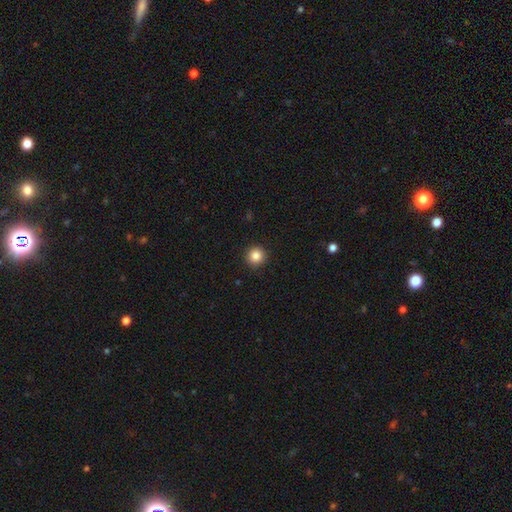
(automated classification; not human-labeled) smooth 85%, star or artifact 10%, featured or disk 4%. Down the decision tree: how rounded — round (95%); merging — none (92%).